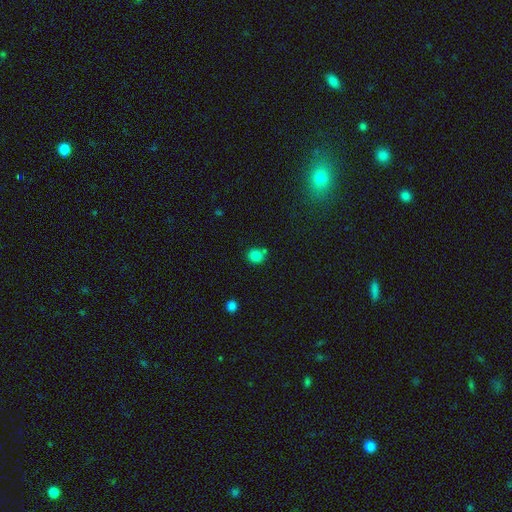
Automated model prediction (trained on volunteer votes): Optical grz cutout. It shows a smooth galaxy with no disk features (81%) that is round (86%). Merging: none (70%).